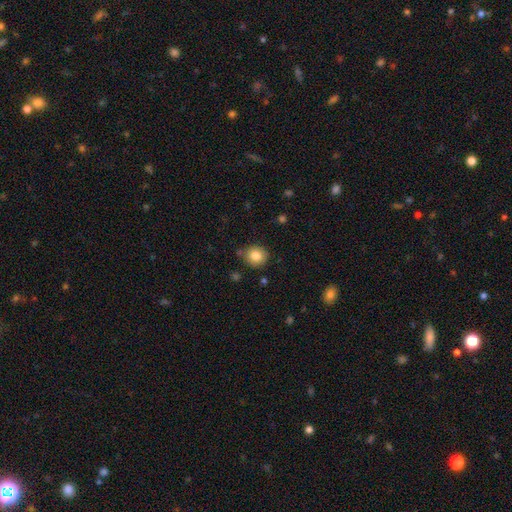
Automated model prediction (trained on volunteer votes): Q: Smooth or featured?
A: smooth (83%); runner-up: star or artifact (10%)
Q: How rounded?
A: round (87%); runner-up: in between (12%)
Q: Merging?
A: none (82%); runner-up: minor disturbance (12%)